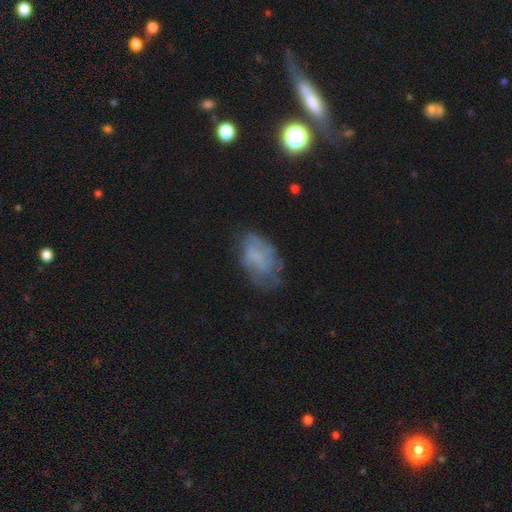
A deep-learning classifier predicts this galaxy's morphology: Smooth or featured: smooth — 45% (featured or disk — 41%)
Merging: none — 59% (minor disturbance — 25%)